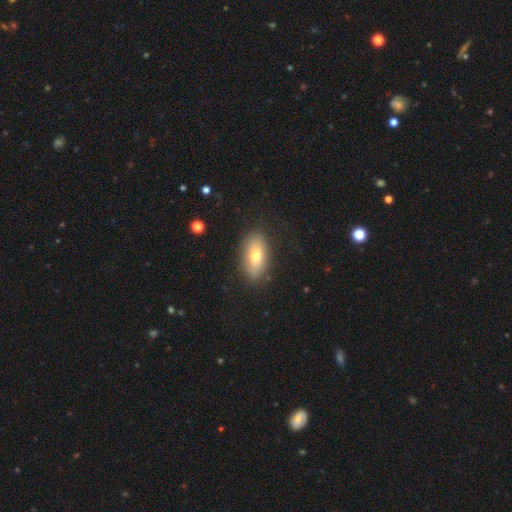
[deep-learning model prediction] Smooth or featured? Predicted: smooth (p=0.70). How rounded? Predicted: in between (p=0.88). Merging? Predicted: none (p=0.84).